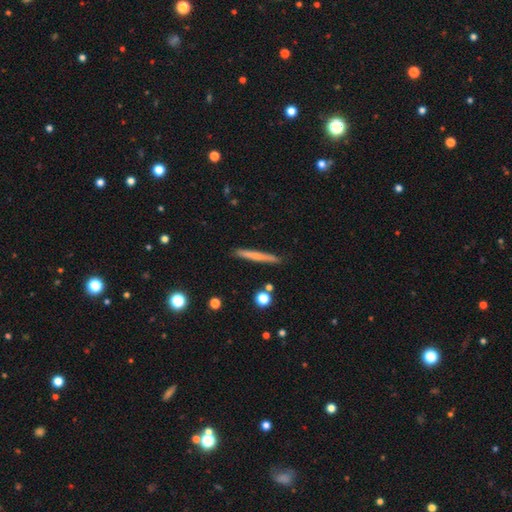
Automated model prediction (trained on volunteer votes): This appears to be a smooth galaxy with no disk features (62%) that is cigar-shaped (96%). Merging: none (89%).